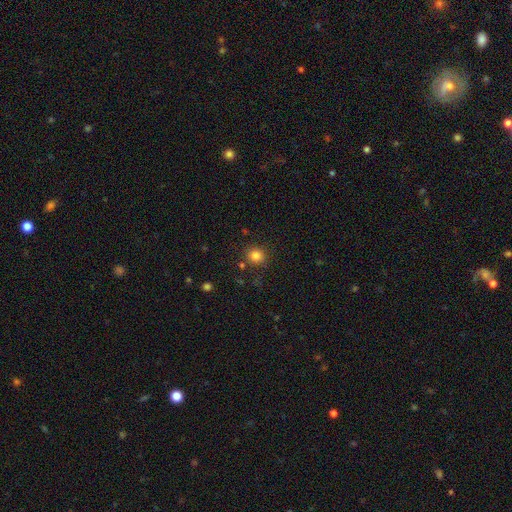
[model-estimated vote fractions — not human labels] smooth-or-featured: smooth: 82% | star or artifact: 13% | featured or disk: 5%
  how-rounded: round: 89% | in between: 10% | cigar-shaped: 1%
  merging: none: 85% | minor disturbance: 8% | merger: 3% | major disturbance: 3%